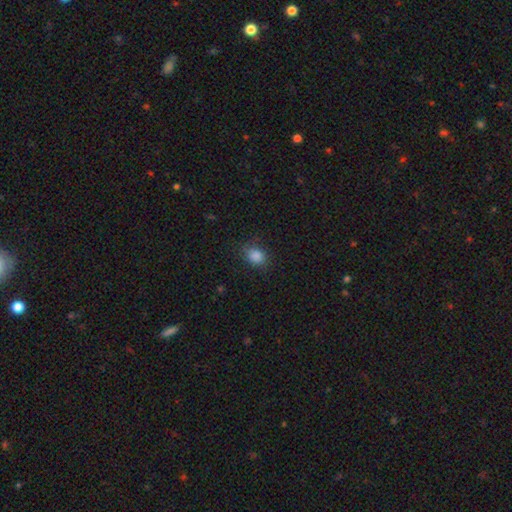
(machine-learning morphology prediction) Overall: smooth (86%). How rounded: in between (57%; round 42%). Merging: none (78%).